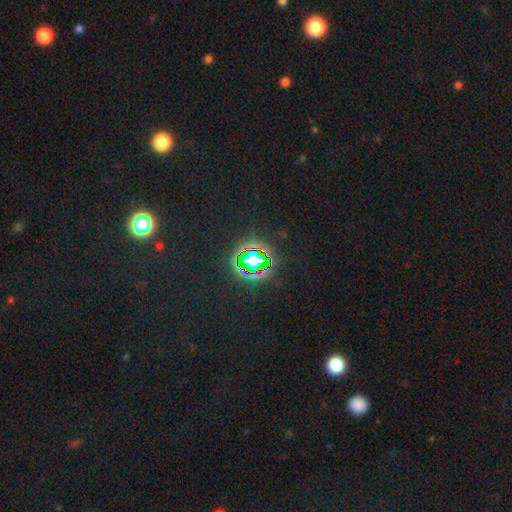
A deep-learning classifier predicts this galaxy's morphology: star or artifact 76%, smooth 16%, featured or disk 8%.